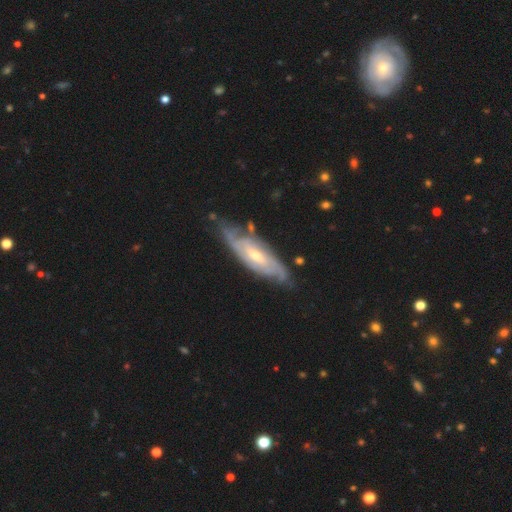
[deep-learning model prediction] Smooth or featured? featured or disk (84%)
Edge-on disk? no (82%)
Bar? weak (45%)
Spiral arms? yes (94%)
Spiral winding? tight (62%)
Spiral arm count? can't tell (40%)
Bulge size? moderate (51%)
Merging? none (72%)